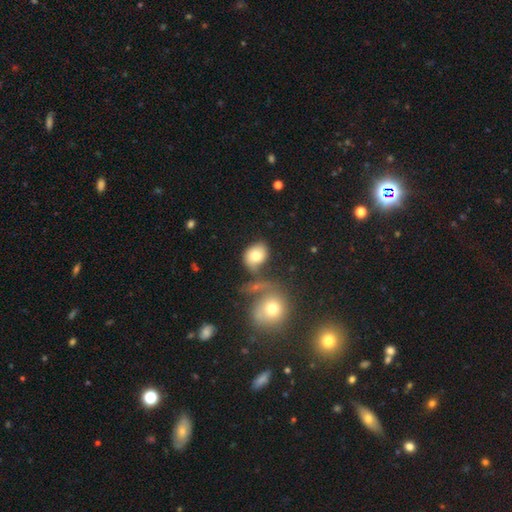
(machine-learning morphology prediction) This appears to be a smooth galaxy with no disk features (77%) that is in between round and cigar-shaped (55%). Merging: none (49%).